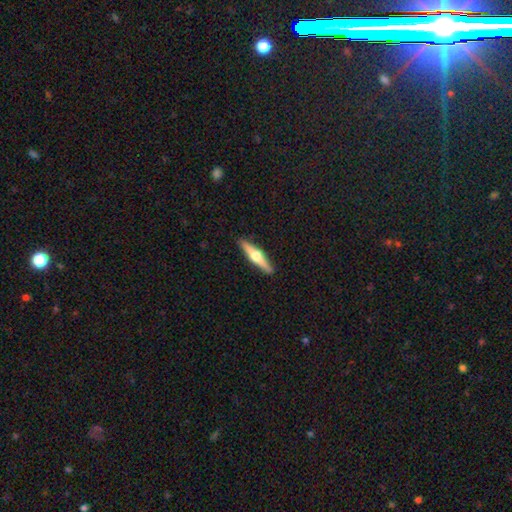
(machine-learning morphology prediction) This appears to be a featured or disk galaxy (65%) viewed edge-on (97%) with a rounded central bulge (95%). Merging: none (91%).